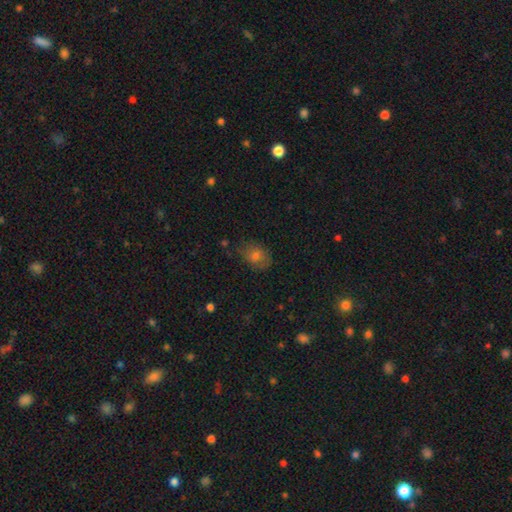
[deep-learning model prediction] Smooth or featured: smooth — 65% (featured or disk — 17%)
How rounded: in between — 64% (round — 35%)
Merging: none — 69% (minor disturbance — 23%)